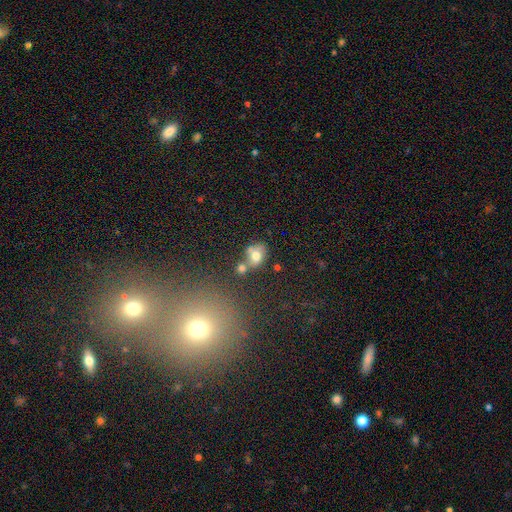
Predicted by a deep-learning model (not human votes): This appears to be a smooth galaxy with no disk features (68%) that is in between round and cigar-shaped (60%). Merging: none (39%).